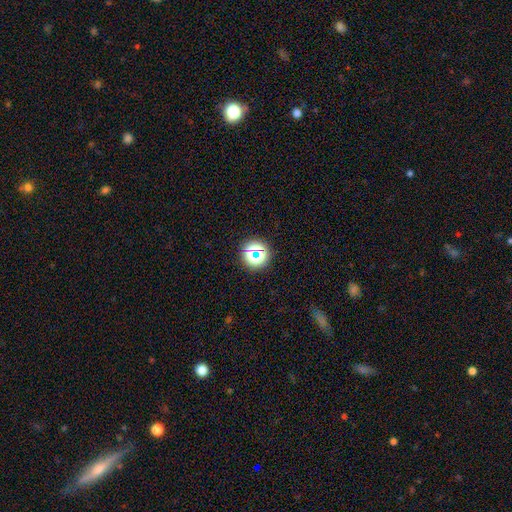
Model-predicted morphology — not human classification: A star or artifact, not a galaxy (56%).

Vote fractions:
- Smooth or featured? star or artifact: 56% / smooth: 34% / featured or disk: 10%